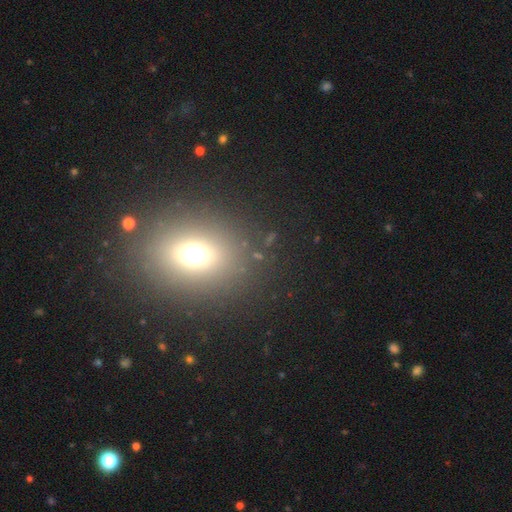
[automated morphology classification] Smooth or featured?
  - smooth: 62% *
  - star or artifact: 24%
  - featured or disk: 14%
How rounded?
  - in between: 58% *
  - round: 40%
  - cigar-shaped: 3%
Merging?
  - none: 87% *
  - minor disturbance: 7%
  - major disturbance: 4%
  - merger: 2%